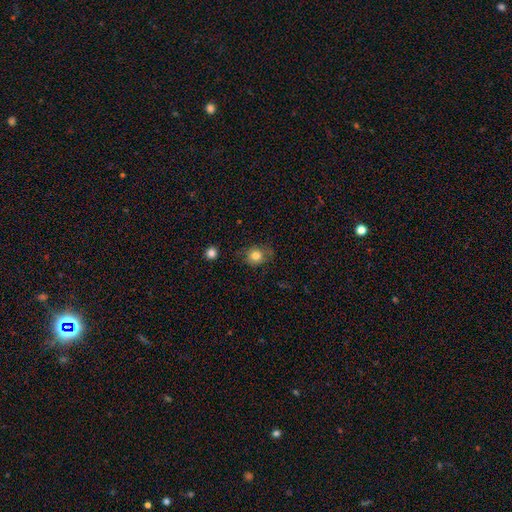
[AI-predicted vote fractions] A smooth galaxy with no disk features (80%) that is round (75%).

Vote fractions:
- Smooth or featured? smooth: 80% / star or artifact: 11% / featured or disk: 10%
- How rounded? round: 75% / in between: 24% / cigar-shaped: 1%
- Merging? none: 74% / minor disturbance: 19% / major disturbance: 5% / merger: 2%